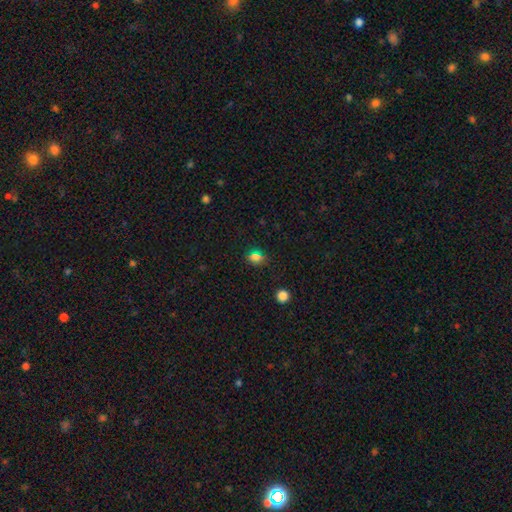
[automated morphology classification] Smooth or featured? Predicted: smooth (p=0.69). How rounded? Predicted: round (p=0.53). Merging? Predicted: none (p=0.84).